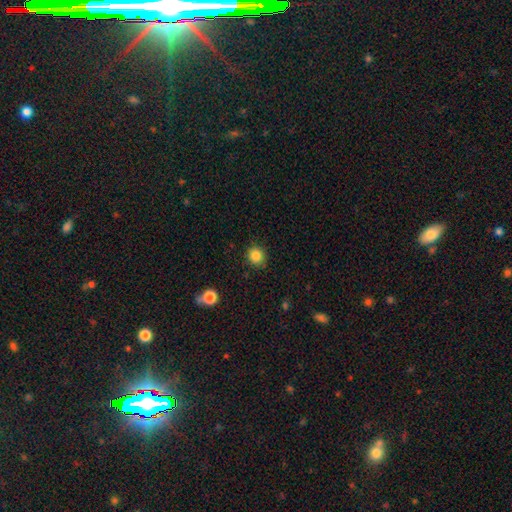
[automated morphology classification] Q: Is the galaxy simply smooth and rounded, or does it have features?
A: smooth — 85%.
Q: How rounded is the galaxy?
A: round — 89%.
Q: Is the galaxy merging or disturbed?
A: none — 89%.